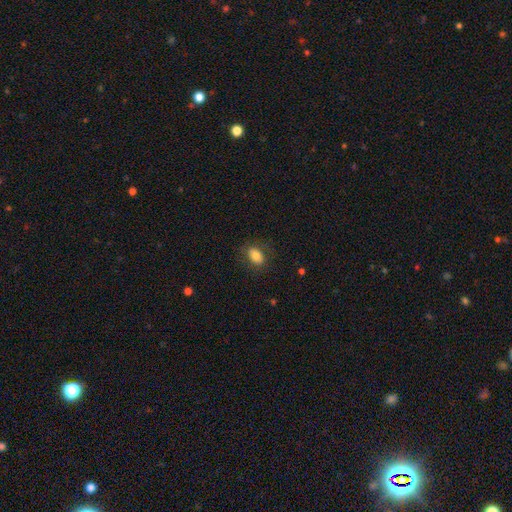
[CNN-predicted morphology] Smooth or featured? Predicted: smooth (p=0.80). How rounded? Predicted: in between (p=0.85). Merging? Predicted: none (p=0.80).